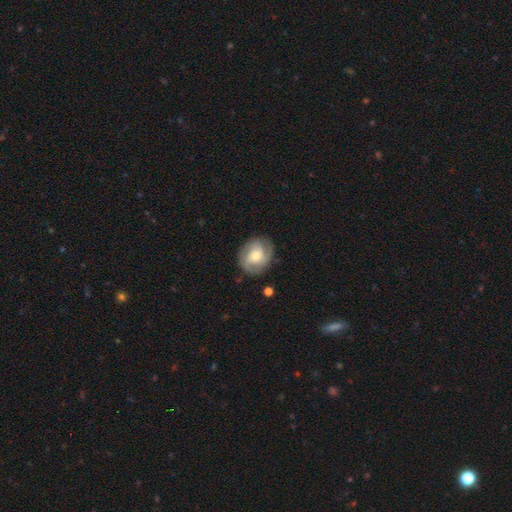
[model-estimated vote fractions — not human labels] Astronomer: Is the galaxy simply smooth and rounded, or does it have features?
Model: featured or disk — 68%.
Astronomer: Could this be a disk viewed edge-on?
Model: no — 98%.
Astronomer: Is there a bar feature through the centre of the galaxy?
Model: no — 59% (runner-up: weak, 34%).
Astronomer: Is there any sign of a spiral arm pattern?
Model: yes — 92%.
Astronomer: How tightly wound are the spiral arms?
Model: medium — 43% (runner-up: tight, 41%).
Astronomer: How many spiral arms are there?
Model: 3 — 37% (runner-up: 2, 34%).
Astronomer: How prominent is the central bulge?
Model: moderate — 58%.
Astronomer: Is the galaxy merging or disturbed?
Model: none — 79%.